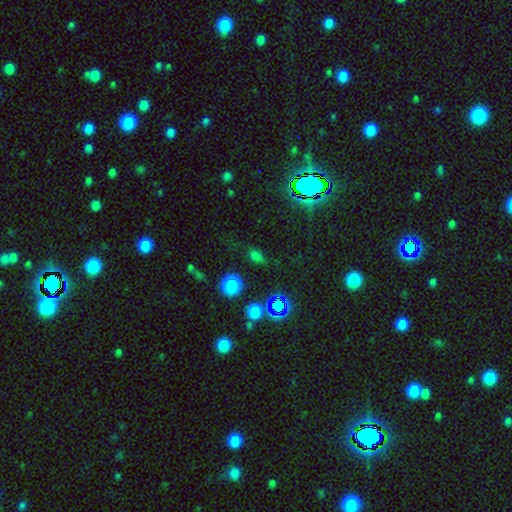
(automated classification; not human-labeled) A smooth galaxy with no disk features (53%) that is in between round and cigar-shaped (58%). Merging: none (70%).